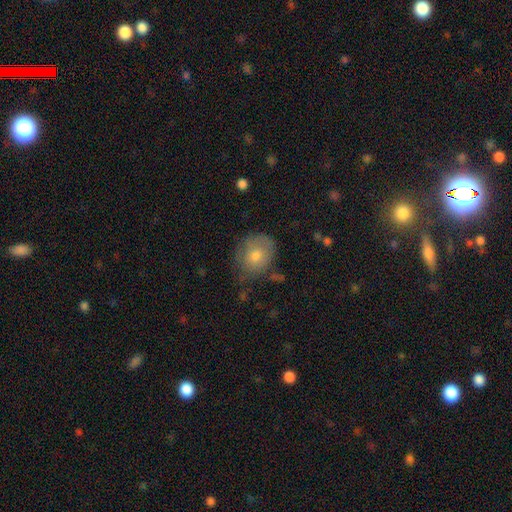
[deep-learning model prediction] A smooth galaxy with no disk features (71%) that is round (65%).

Vote fractions:
- Smooth or featured? smooth: 71% / featured or disk: 21% / star or artifact: 9%
- How rounded? round: 65% / in between: 34% / cigar-shaped: 1%
- Merging? none: 62% / minor disturbance: 27% / major disturbance: 8% / merger: 2%